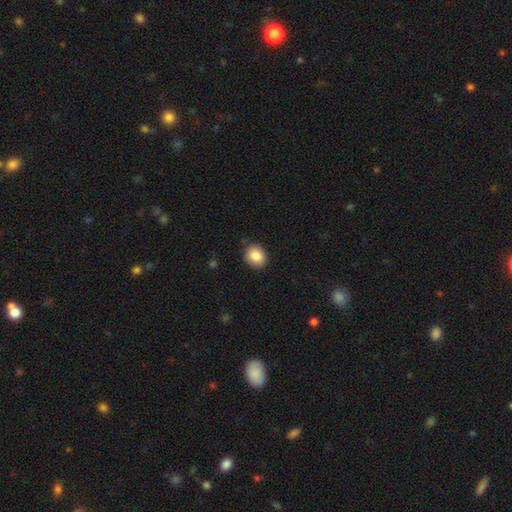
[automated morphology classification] The model was most divided on "how rounded": round: 59%, in between: 40%, cigar-shaped: 1%. More confident: smooth or featured — smooth (86%); merging — none (86%).